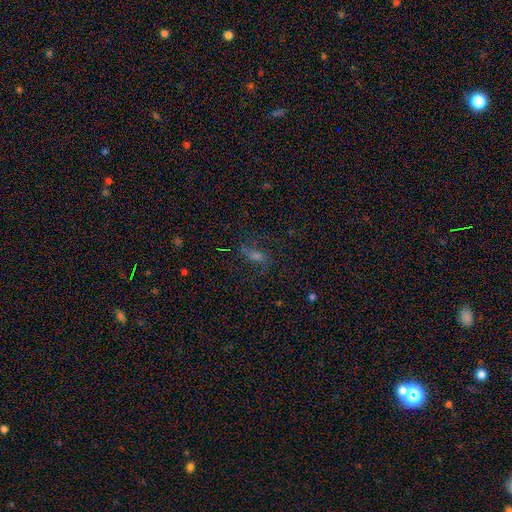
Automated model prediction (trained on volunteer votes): A featured or disk galaxy (51%). Merging: none (69%).